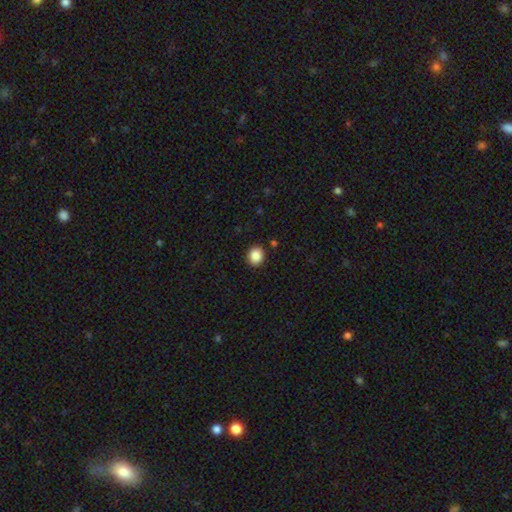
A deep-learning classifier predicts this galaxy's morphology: This is clearly a smooth galaxy (87%). How rounded: likely round (77%). Merging: clearly none (91%).